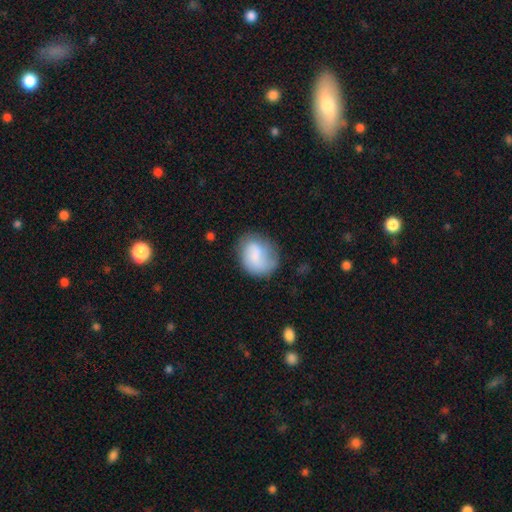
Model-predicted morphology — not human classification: Smooth or featured? smooth (71%)
How rounded? round (53%)
Merging? none (56%)